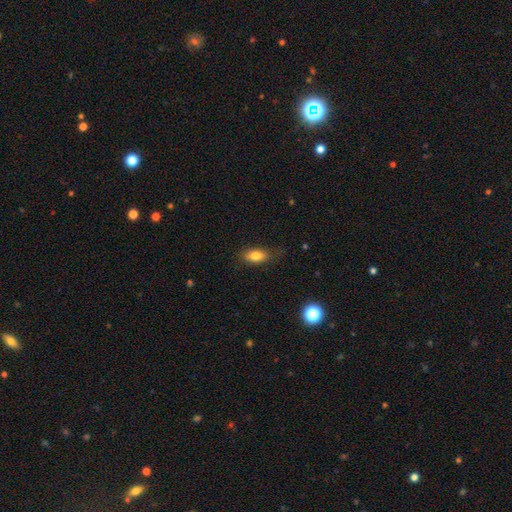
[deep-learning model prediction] smooth 79%, featured or disk 13%, star or artifact 8%. Down the decision tree: how rounded — in between (84%); merging — none (75%).